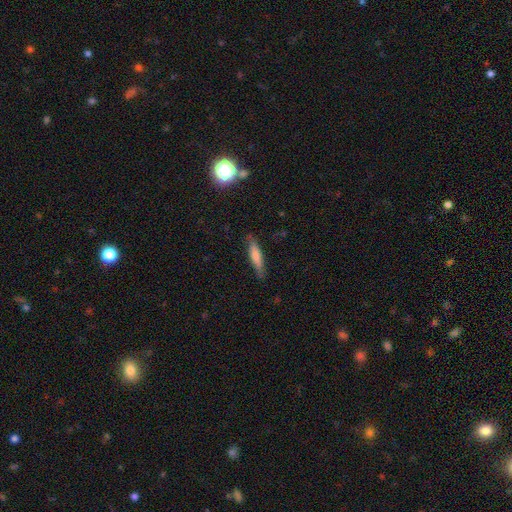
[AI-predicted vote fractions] smooth 72%, featured or disk 21%, star or artifact 6%. Down the decision tree: how rounded — cigar-shaped (83%); merging — none (81%).